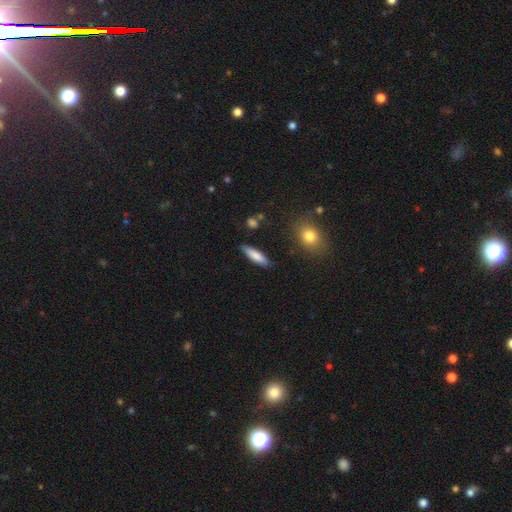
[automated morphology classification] Smooth or featured? smooth (79%)
How rounded? cigar-shaped (68%)
Merging? none (85%)